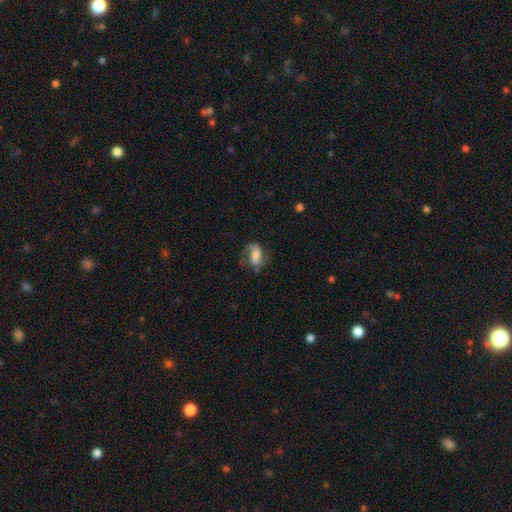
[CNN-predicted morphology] A featured or disk galaxy (48%).

Vote fractions:
- Smooth or featured? featured or disk: 48% / smooth: 43% / star or artifact: 8%
- Merging? none: 55% / minor disturbance: 24% / major disturbance: 18% / merger: 2%